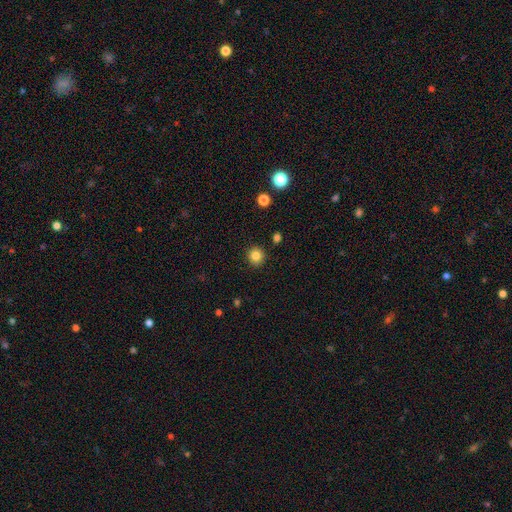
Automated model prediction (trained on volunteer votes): A smooth galaxy with no disk features (83%) that is round (91%).

Vote fractions:
- Smooth or featured? smooth: 83% / star or artifact: 12% / featured or disk: 5%
- How rounded? round: 91% / in between: 8% / cigar-shaped: 1%
- Merging? none: 90% / minor disturbance: 6% / major disturbance: 2% / merger: 2%